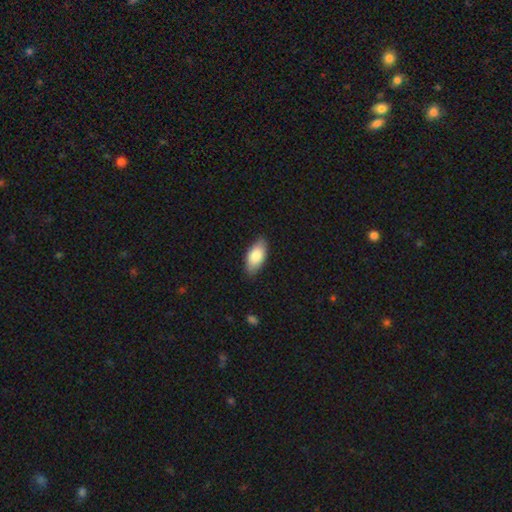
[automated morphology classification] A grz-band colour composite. It shows a smooth galaxy with no disk features (83%) that is in between round and cigar-shaped (92%). Merging: none (84%).